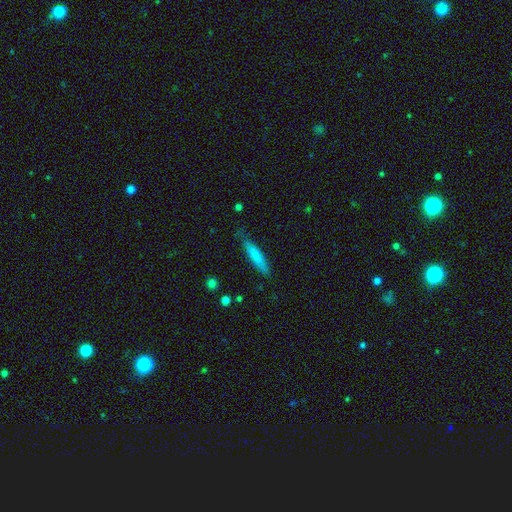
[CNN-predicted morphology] Smooth or featured? Predicted: smooth (p=0.76). How rounded? Predicted: cigar-shaped (p=0.87). Merging? Predicted: none (p=0.75).